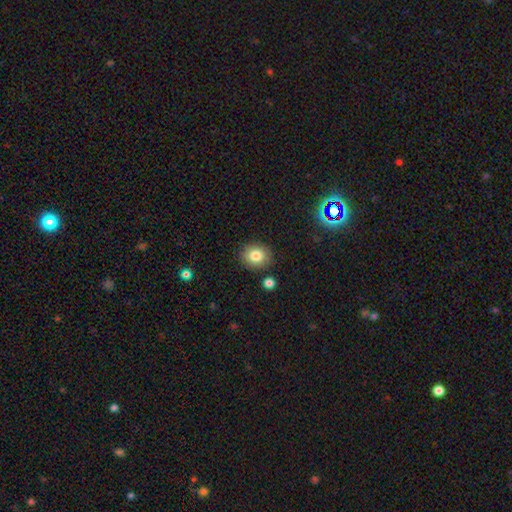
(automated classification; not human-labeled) Smooth or featured? Predicted: smooth (p=0.82). How rounded? Predicted: round (p=0.67). Merging? Predicted: none (p=0.87).